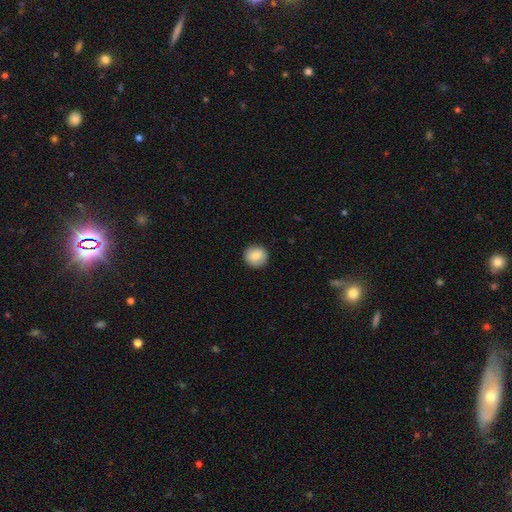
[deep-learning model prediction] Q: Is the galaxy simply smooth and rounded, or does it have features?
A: smooth — 79%.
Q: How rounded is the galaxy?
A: round — 92%.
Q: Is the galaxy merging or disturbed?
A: none — 91%.